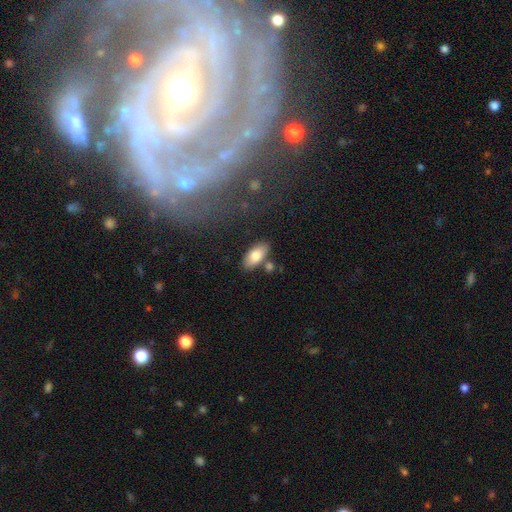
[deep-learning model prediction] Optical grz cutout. It shows a smooth galaxy with no disk features (79%) that is in between round and cigar-shaped (90%). Merging: none (78%).